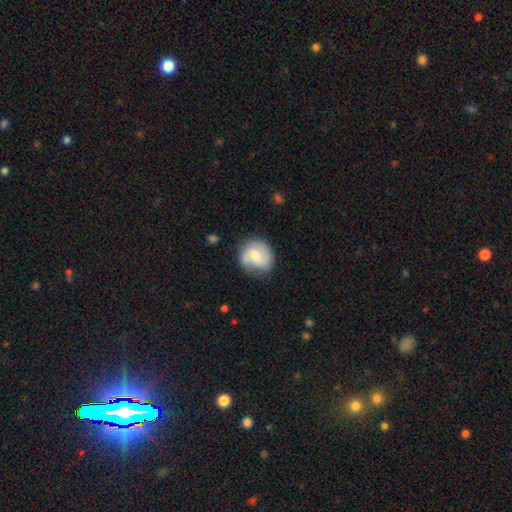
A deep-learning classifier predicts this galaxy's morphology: A featured or disk galaxy (49%).

Vote fractions:
- Smooth or featured? featured or disk: 49% / smooth: 44% / star or artifact: 7%
- Merging? none: 68% / minor disturbance: 21% / major disturbance: 7% / merger: 3%